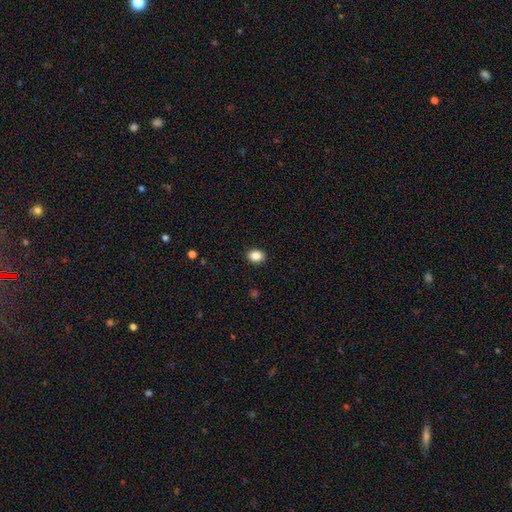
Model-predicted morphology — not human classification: Smooth or featured? smooth (87%)
How rounded? in between (65%)
Merging? none (90%)